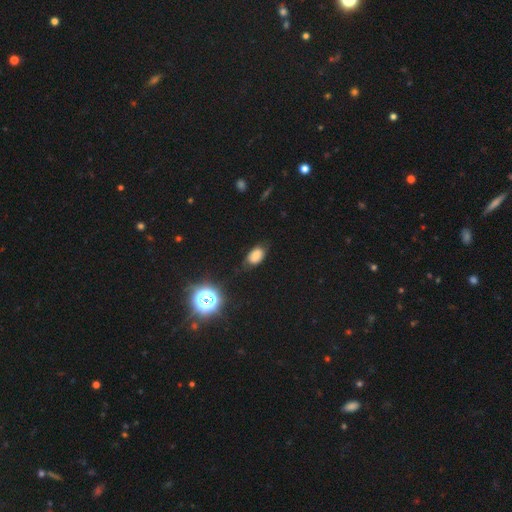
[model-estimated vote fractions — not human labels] This is likely a smooth galaxy (72%). How rounded: clearly in between (87%). Merging: likely none (68%).